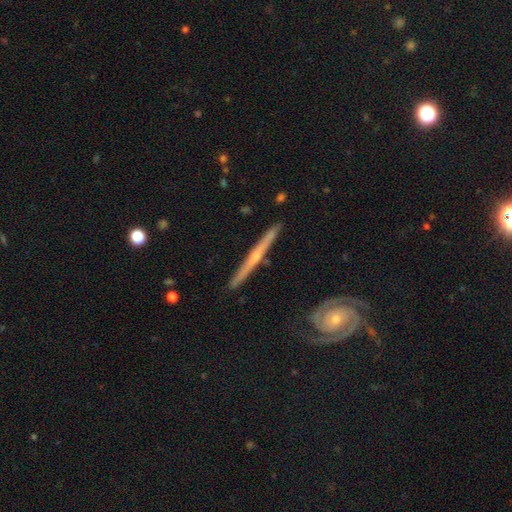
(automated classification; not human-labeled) Smooth or featured: featured or disk — 82% (smooth — 13%)
Edge-on disk: yes — 95% (no — 5%)
Edge-on bulge: rounded — 68% (none — 28%)
Merging: none — 88% (minor disturbance — 8%)